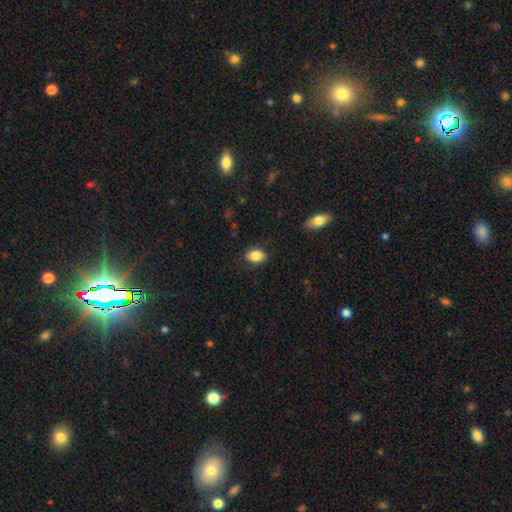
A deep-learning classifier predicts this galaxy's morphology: smooth-or-featured: smooth: 87% | star or artifact: 8% | featured or disk: 5%
  how-rounded: in between: 82% | round: 16% | cigar-shaped: 1%
  merging: none: 85% | minor disturbance: 11% | major disturbance: 3% | merger: 1%